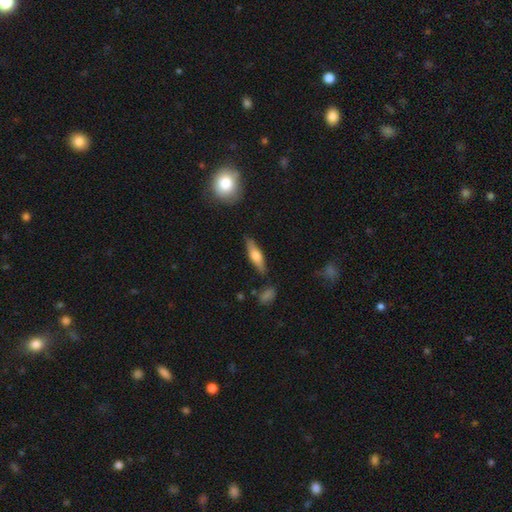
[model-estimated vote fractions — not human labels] The model was most divided on "smooth or featured": smooth: 56%, featured or disk: 38%, star or artifact: 6%. More confident: merging — none (84%); how rounded — cigar-shaped (63%).